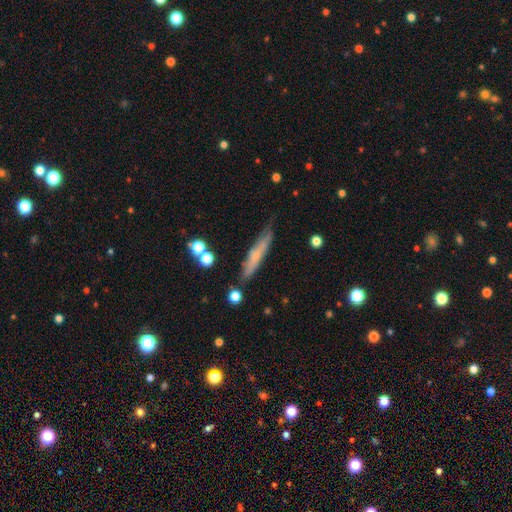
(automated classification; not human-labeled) Morphology: type=smooth (51%); roundness=cigar-shaped (88%); merging=none (74%).